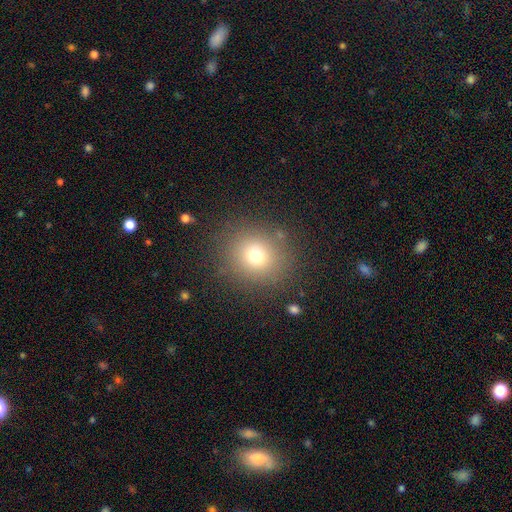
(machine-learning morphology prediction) This is likely a smooth galaxy (72%). How rounded: clearly round (85%). Merging: clearly none (86%).